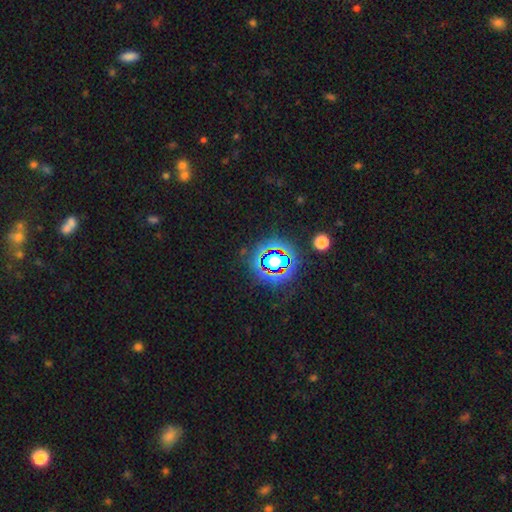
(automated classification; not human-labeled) The model was most divided on "smooth or featured": star or artifact: 78%, smooth: 13%, featured or disk: 9%.